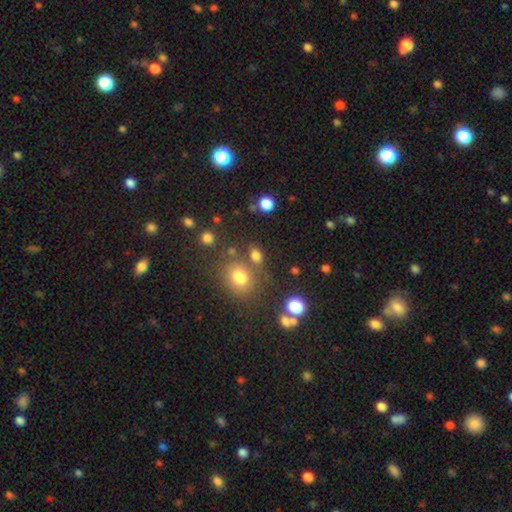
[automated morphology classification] Smooth or featured? smooth (76%)
How rounded? round (49%, tied with in between)
Merging? none (69%)